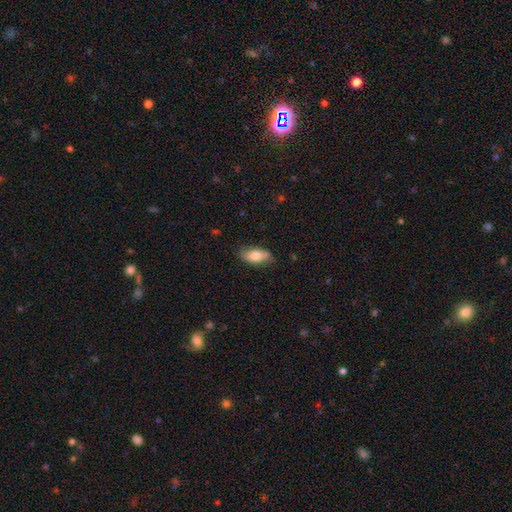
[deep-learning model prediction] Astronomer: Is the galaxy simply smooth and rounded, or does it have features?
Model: smooth — 76%.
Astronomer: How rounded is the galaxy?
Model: in between — 86%.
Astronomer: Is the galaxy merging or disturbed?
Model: none — 80%.